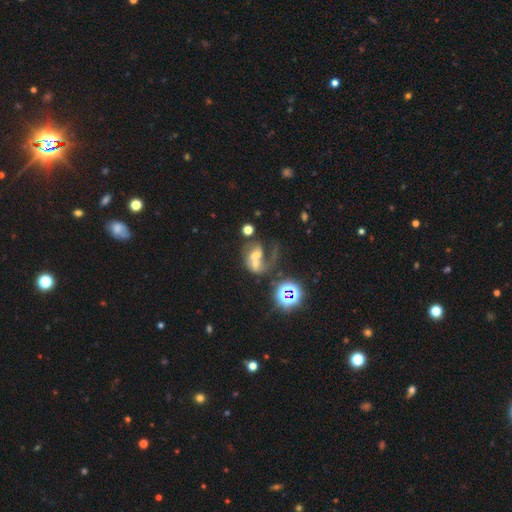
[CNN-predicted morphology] A featured or disk galaxy (52%) with no bar (62%), spiral arms (60%) and a moderate central bulge (51%). Merging: merger (69%).